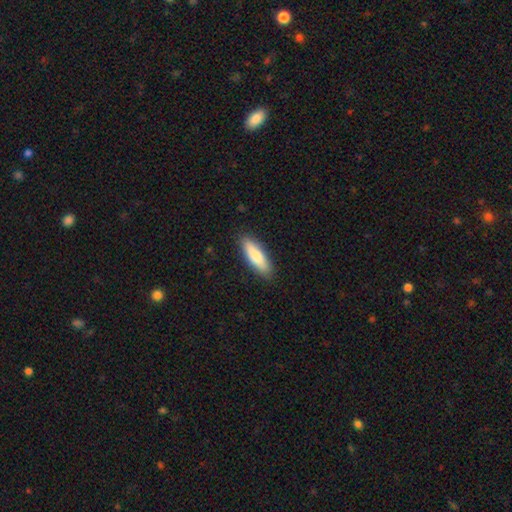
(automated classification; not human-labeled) Q: Smooth or featured?
A: smooth (75%); runner-up: featured or disk (19%)
Q: How rounded?
A: cigar-shaped (53%); runner-up: in between (46%)
Q: Merging?
A: none (87%); runner-up: minor disturbance (10%)